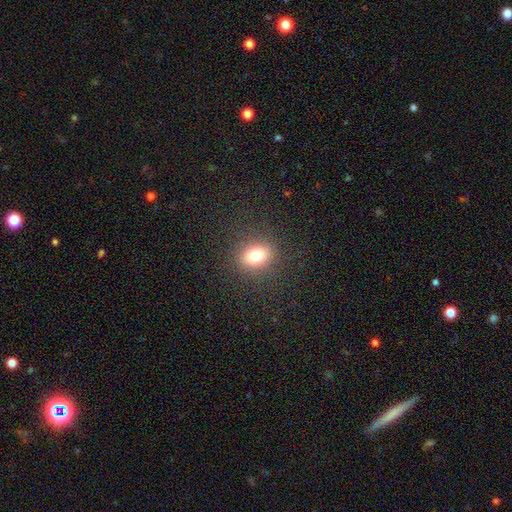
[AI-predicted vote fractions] smooth_or_featured: smooth (p=0.76) [alt: star or artifact p=0.14]
how_rounded: round (p=0.50) [alt: in between p=0.48]
merging: none (p=0.87) [alt: minor disturbance p=0.08]